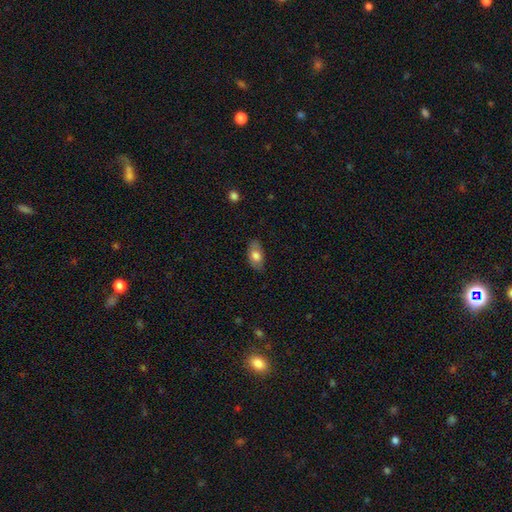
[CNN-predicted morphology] Smooth or featured? Predicted: smooth (p=0.74). How rounded? Predicted: in between (p=0.91). Merging? Predicted: none (p=0.79).